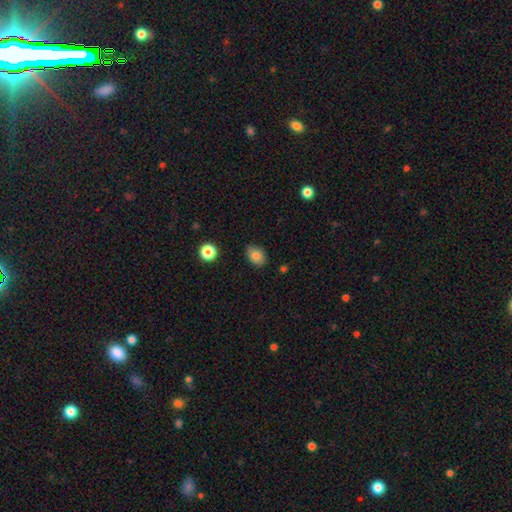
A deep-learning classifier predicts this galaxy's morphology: smooth_or_featured: smooth (p=0.80) [alt: featured or disk p=0.10]
how_rounded: in between (p=0.71) [alt: round p=0.27]
merging: none (p=0.82) [alt: minor disturbance p=0.14]